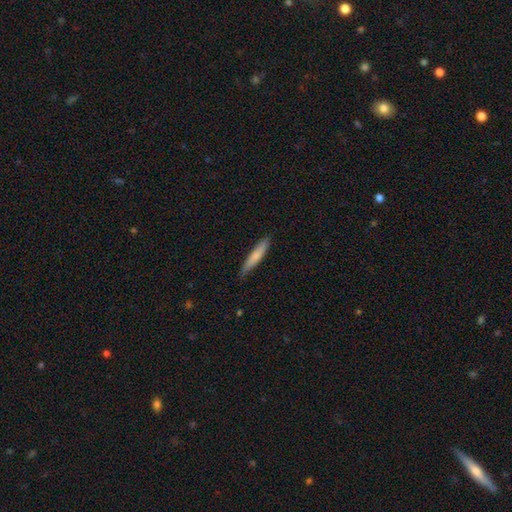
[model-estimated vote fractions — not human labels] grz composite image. It shows a smooth galaxy with no disk features (76%) that is cigar-shaped (90%). Merging: none (81%).